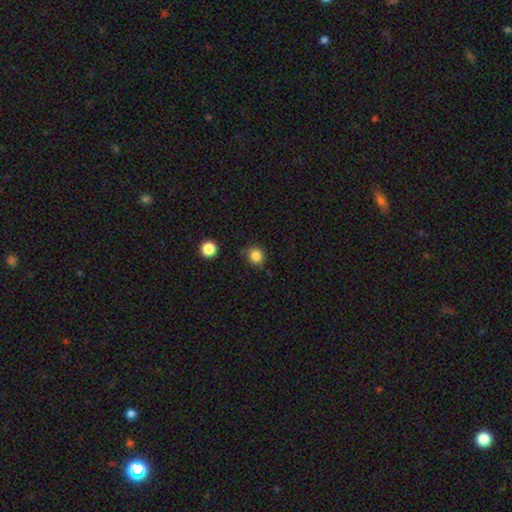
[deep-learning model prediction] Smooth or featured? smooth (84%)
How rounded? round (86%)
Merging? none (79%)